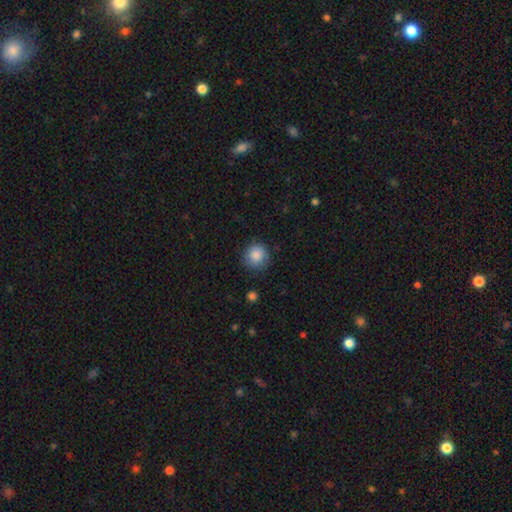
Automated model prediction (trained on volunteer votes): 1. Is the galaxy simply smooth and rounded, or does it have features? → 86% smooth, 8% star or artifact, 5% featured or disk.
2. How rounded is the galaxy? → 92% round, 7% in between, 1% cigar-shaped.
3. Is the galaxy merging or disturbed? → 83% none, 12% minor disturbance, 3% major disturbance, 1% merger.